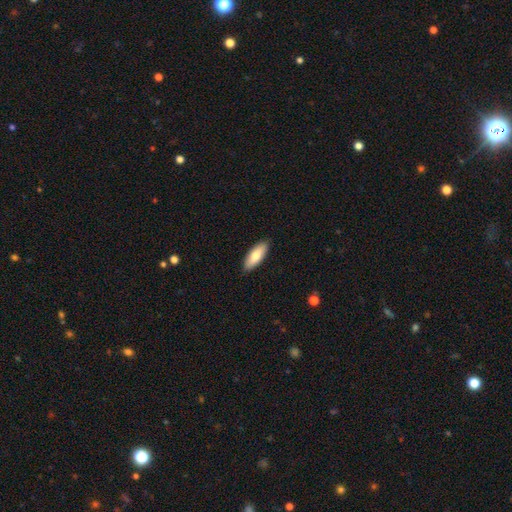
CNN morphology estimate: Smooth or featured? Predicted: smooth (p=0.78). How rounded? Predicted: in between (p=0.72). Merging? Predicted: none (p=0.90).